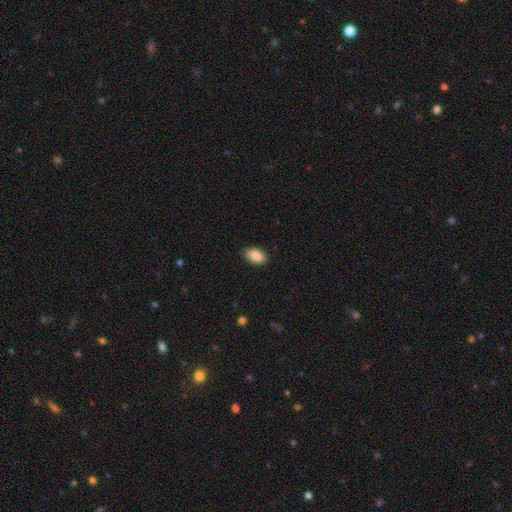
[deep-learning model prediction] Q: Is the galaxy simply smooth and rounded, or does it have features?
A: smooth — 87%.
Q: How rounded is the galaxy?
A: in between — 93%.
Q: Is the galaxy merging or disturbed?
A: none — 89%.